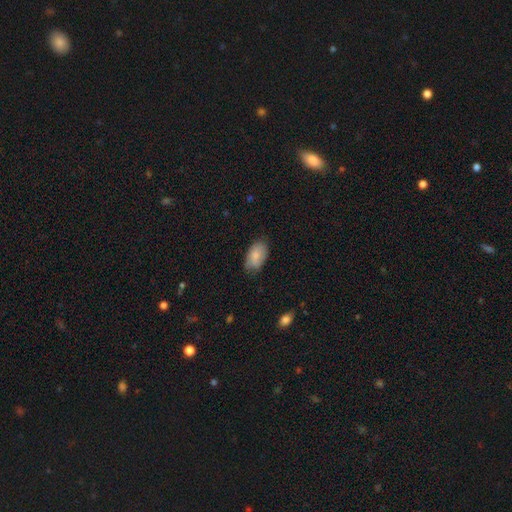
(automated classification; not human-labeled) Q: Smooth or featured?
A: smooth (81%); runner-up: featured or disk (13%)
Q: How rounded?
A: in between (93%); runner-up: round (5%)
Q: Merging?
A: none (70%); runner-up: minor disturbance (25%)